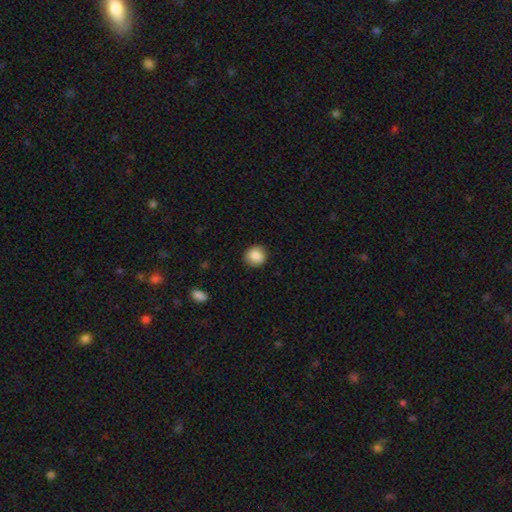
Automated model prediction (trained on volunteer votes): A smooth galaxy with no disk features (87%) that is round (87%).

Vote fractions:
- Smooth or featured? smooth: 87% / star or artifact: 8% / featured or disk: 4%
- How rounded? round: 87% / in between: 12% / cigar-shaped: 1%
- Merging? none: 89% / minor disturbance: 8% / major disturbance: 2% / merger: 1%